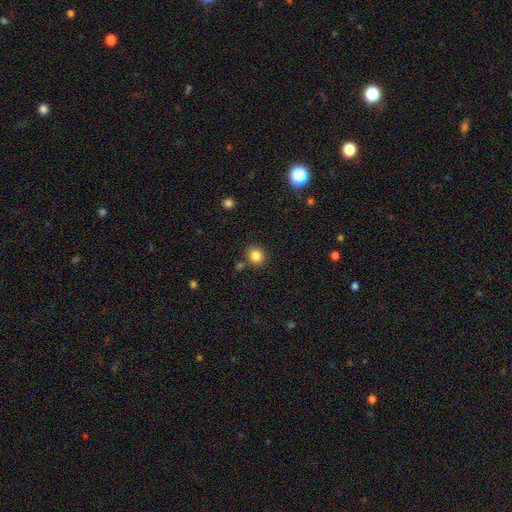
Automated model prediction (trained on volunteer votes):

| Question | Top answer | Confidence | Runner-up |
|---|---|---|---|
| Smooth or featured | smooth | 84% | star or artifact (11%) |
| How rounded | round | 77% | in between (22%) |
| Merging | none | 82% | minor disturbance (9%) |